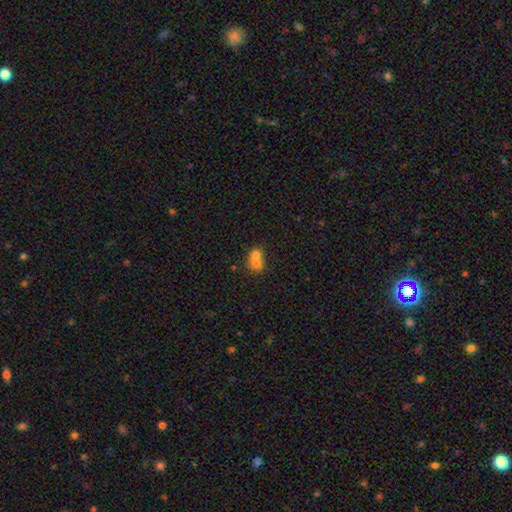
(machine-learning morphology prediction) This is likely a smooth galaxy (69%). How rounded: likely round (63%). Merging: likely merger (70%).